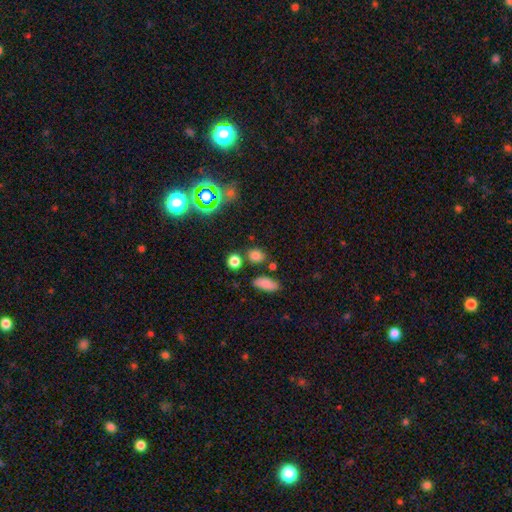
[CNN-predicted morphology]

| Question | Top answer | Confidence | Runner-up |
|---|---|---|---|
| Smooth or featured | smooth | 79% | star or artifact (16%) |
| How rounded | round | 64% | in between (34%) |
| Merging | none | 77% | minor disturbance (10%) |